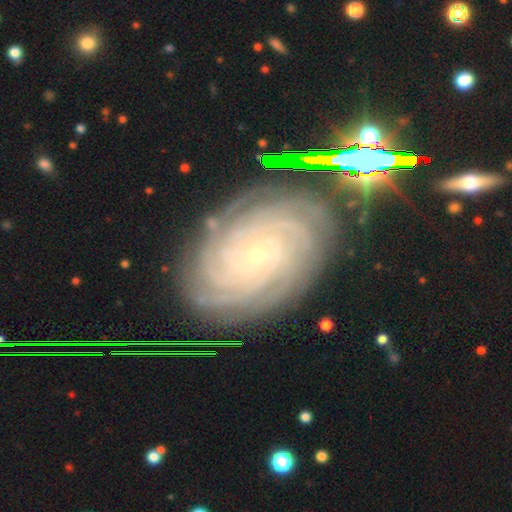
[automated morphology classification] featured or disk 86%, star or artifact 8%, smooth 6%. Down the decision tree: edge-on disk — no (97%); bar — no (82%); spiral arms — yes (98%); spiral arm count — more than 4 (35%); spiral winding — tight (88%); bulge size — small (89%); merging — none (83%).